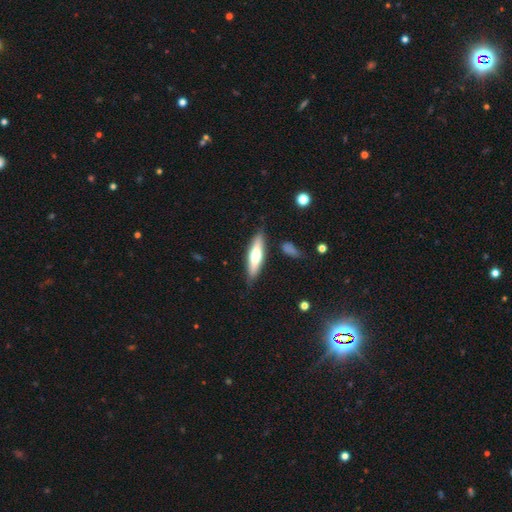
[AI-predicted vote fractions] A smooth galaxy with no disk features (48%). Merging: none (83%).